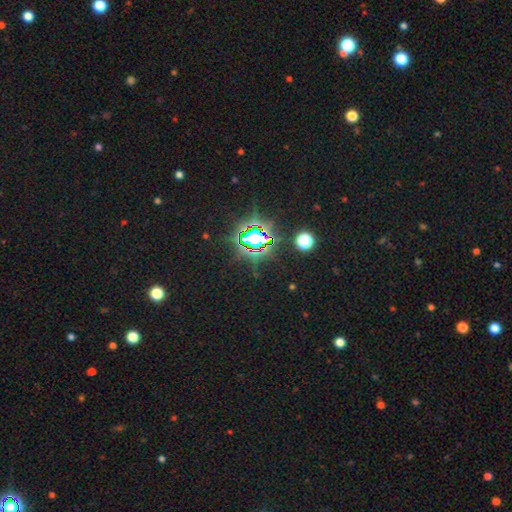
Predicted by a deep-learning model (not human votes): smooth-or-featured: star or artifact: 80% | smooth: 12% | featured or disk: 8%